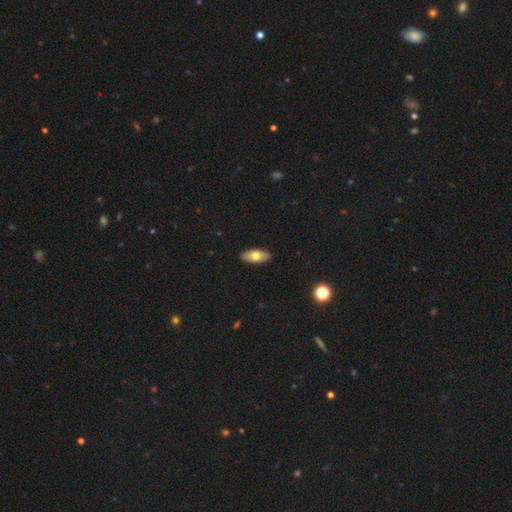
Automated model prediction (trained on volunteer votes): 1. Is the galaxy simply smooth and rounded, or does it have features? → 69% smooth, 25% featured or disk, 6% star or artifact.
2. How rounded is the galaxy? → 85% in between, 12% cigar-shaped, 3% round.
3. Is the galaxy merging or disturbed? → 90% none, 8% minor disturbance, 2% major disturbance, 1% merger.